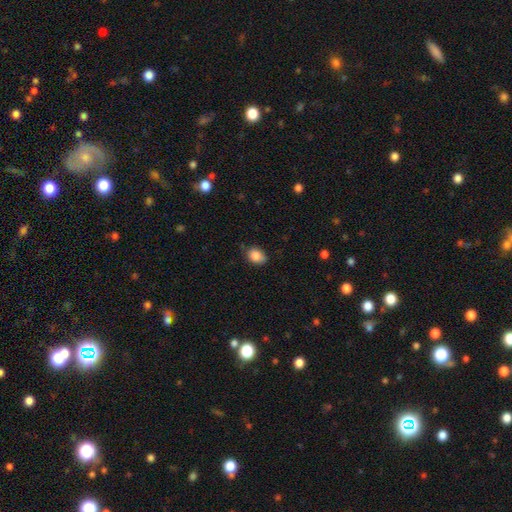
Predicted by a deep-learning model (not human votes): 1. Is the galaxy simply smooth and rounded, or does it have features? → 85% smooth, 8% star or artifact, 6% featured or disk.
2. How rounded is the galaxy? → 71% in between, 28% round, 1% cigar-shaped.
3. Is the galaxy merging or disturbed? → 72% none, 23% minor disturbance, 4% major disturbance, 2% merger.